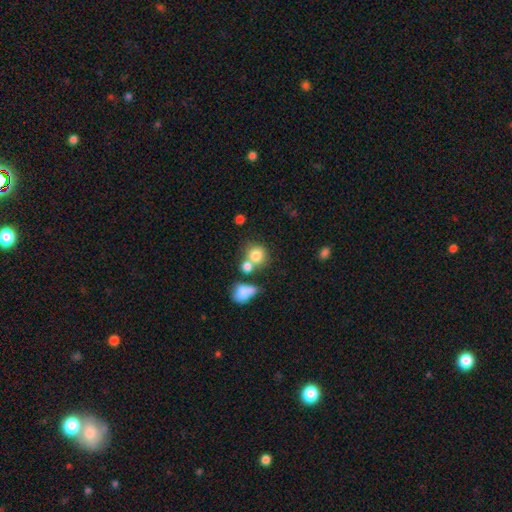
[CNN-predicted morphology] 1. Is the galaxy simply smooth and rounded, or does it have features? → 78% smooth, 11% featured or disk, 11% star or artifact.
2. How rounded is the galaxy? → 78% round, 21% in between, 1% cigar-shaped.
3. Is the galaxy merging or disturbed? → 46% none, 37% merger, 11% minor disturbance, 6% major disturbance.